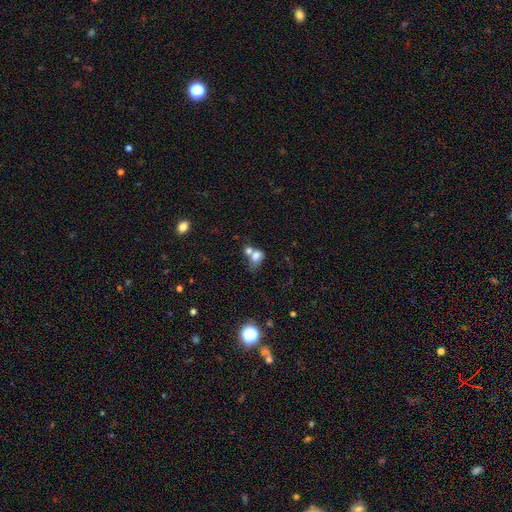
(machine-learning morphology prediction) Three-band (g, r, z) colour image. It shows a smooth galaxy with no disk features (73%) that is in between round and cigar-shaped (67%). Merging: merger (59%).